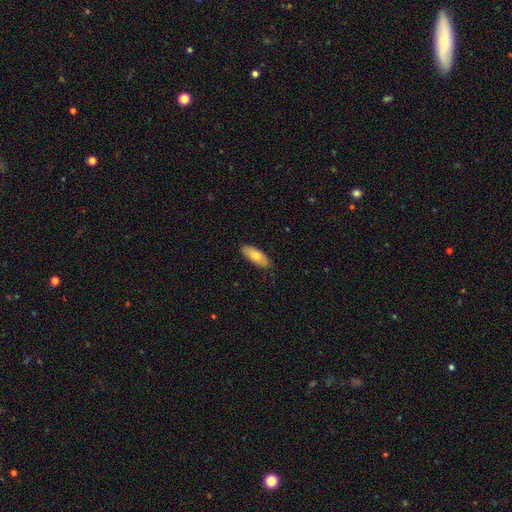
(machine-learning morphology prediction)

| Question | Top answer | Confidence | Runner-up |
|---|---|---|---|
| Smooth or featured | smooth | 79% | featured or disk (15%) |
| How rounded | in between | 73% | cigar-shaped (25%) |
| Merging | none | 86% | minor disturbance (11%) |